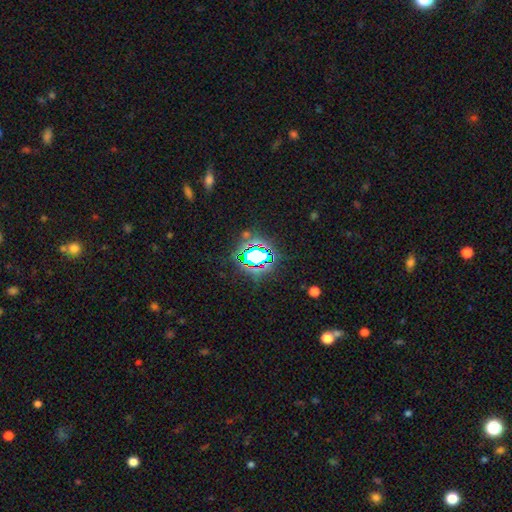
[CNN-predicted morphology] A star or artifact, not a galaxy (65%).